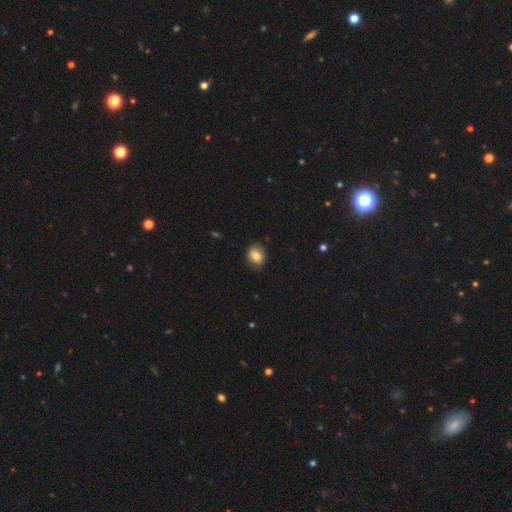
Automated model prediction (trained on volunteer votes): Q: Smooth or featured?
A: smooth (79%); runner-up: featured or disk (12%)
Q: How rounded?
A: in between (52%); runner-up: round (46%)
Q: Merging?
A: none (81%); runner-up: minor disturbance (15%)